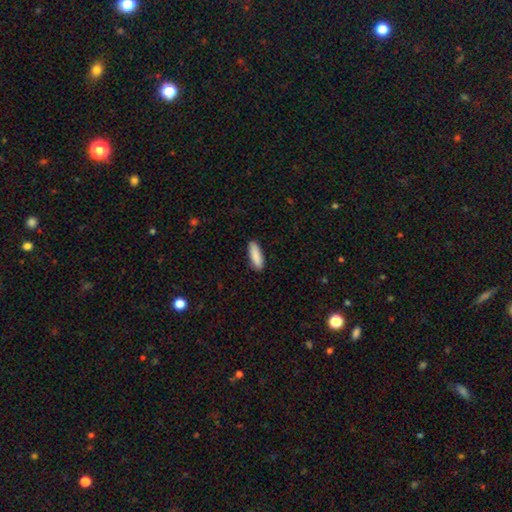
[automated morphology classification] smooth_or_featured: smooth (p=0.89) [alt: featured or disk p=0.06]
how_rounded: cigar-shaped (p=0.50) [alt: in between p=0.48]
merging: none (p=0.89) [alt: minor disturbance p=0.08]